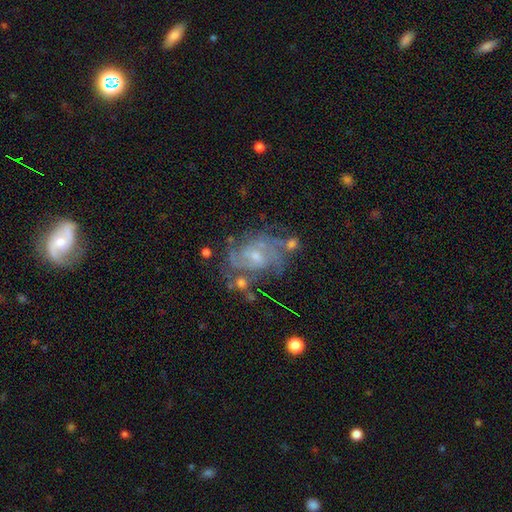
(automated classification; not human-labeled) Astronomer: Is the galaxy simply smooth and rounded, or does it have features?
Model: featured or disk — 82%.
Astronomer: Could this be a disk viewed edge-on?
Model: no — 97%.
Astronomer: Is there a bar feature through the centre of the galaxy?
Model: weak — 48% (runner-up: no, 42%).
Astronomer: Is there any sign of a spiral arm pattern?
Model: yes — 92%.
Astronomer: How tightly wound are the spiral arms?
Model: tight — 45% (runner-up: medium, 43%).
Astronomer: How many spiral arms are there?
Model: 2 — 35% (runner-up: can't tell, 29%).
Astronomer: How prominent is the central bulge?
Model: small — 56% (runner-up: moderate, 36%).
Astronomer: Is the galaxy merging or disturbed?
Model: none — 58%.